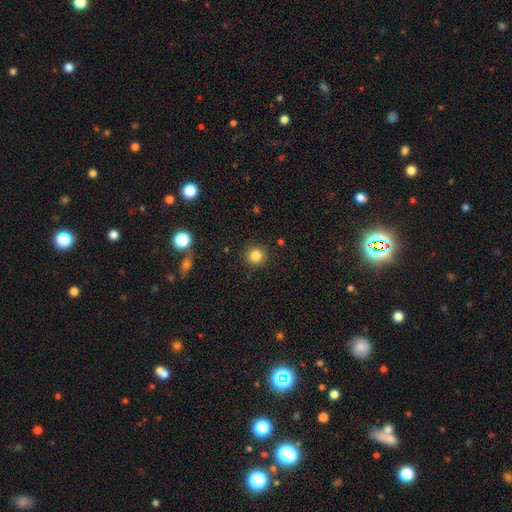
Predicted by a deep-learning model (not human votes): This appears to be a smooth galaxy with no disk features (83%) that is round (93%). Merging: none (90%).